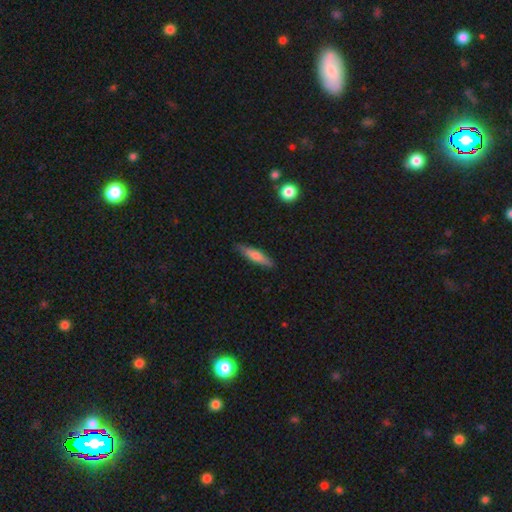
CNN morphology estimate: smooth 66%, featured or disk 28%, star or artifact 6%. Down the decision tree: how rounded — cigar-shaped (80%); merging — none (86%).